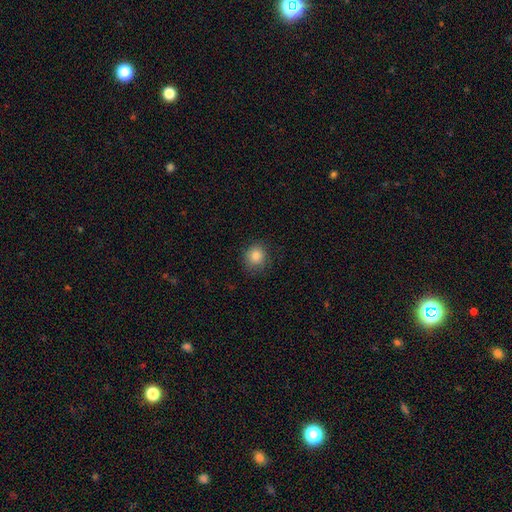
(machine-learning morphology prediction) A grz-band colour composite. It shows a smooth galaxy with no disk features (84%) that is round (86%). Merging: none (84%).